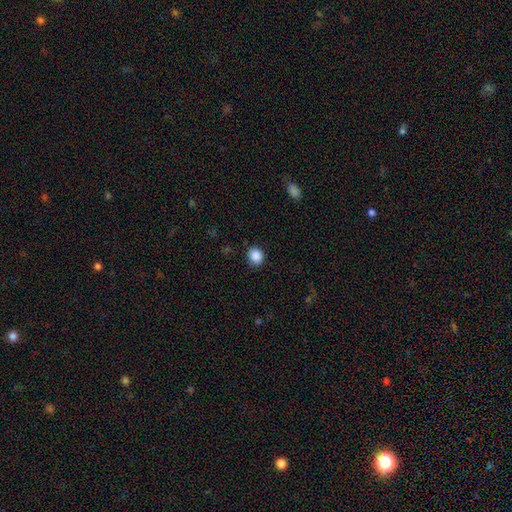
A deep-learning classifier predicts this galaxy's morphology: smooth_or_featured: smooth (p=0.88) [alt: star or artifact p=0.09]
how_rounded: round (p=0.71) [alt: in between p=0.28]
merging: none (p=0.85) [alt: minor disturbance p=0.10]